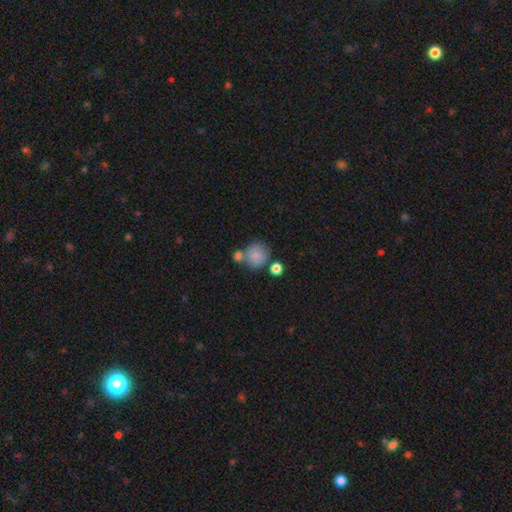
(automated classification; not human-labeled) Q: Smooth or featured?
A: smooth (79%); runner-up: featured or disk (12%)
Q: How rounded?
A: round (84%); runner-up: in between (15%)
Q: Merging?
A: none (51%); runner-up: merger (29%)